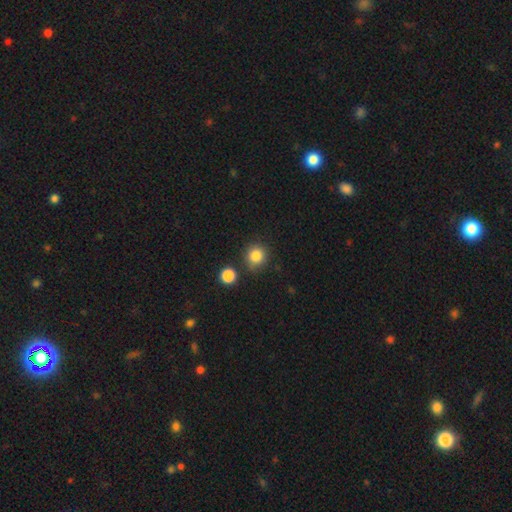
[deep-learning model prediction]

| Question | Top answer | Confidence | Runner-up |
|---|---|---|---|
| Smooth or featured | smooth | 85% | star or artifact (11%) |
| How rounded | round | 89% | in between (10%) |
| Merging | none | 81% | minor disturbance (10%) |